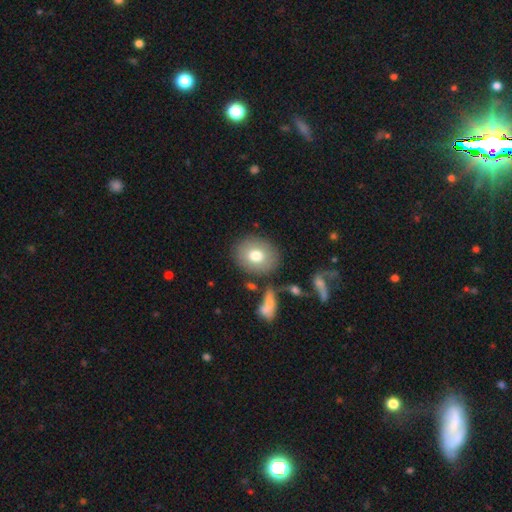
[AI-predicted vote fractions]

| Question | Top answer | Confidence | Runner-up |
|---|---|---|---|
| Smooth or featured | smooth | 75% | featured or disk (16%) |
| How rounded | round | 68% | in between (31%) |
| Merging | none | 81% | minor disturbance (10%) |